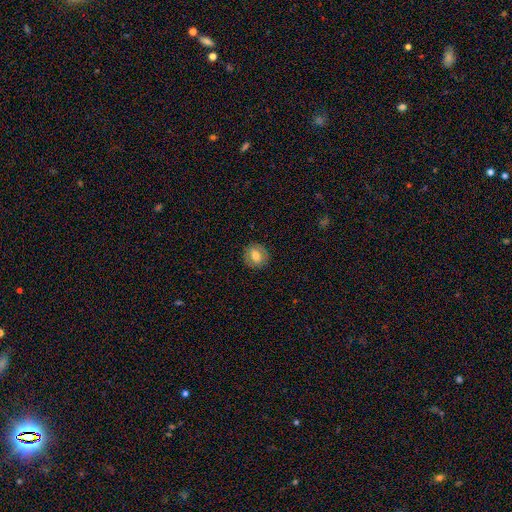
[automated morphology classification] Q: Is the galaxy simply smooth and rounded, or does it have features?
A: smooth — 61%.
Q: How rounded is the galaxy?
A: round — 77%.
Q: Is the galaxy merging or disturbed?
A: none — 87%.